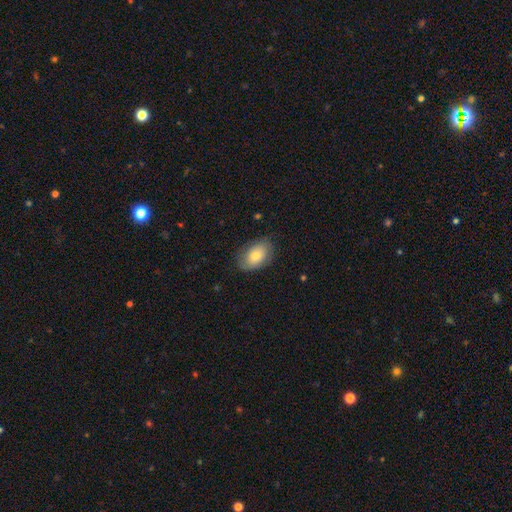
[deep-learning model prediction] smooth 78%, featured or disk 15%, star or artifact 7%. Down the decision tree: how rounded — in between (89%); merging — none (77%).